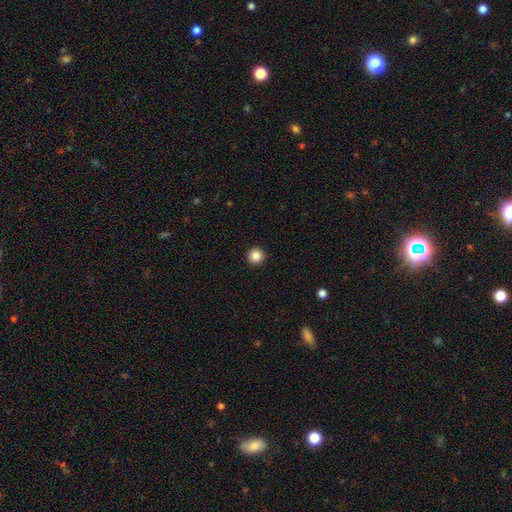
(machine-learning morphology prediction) Smooth or featured? Predicted: smooth (p=0.86). How rounded? Predicted: round (p=0.96). Merging? Predicted: none (p=0.94).